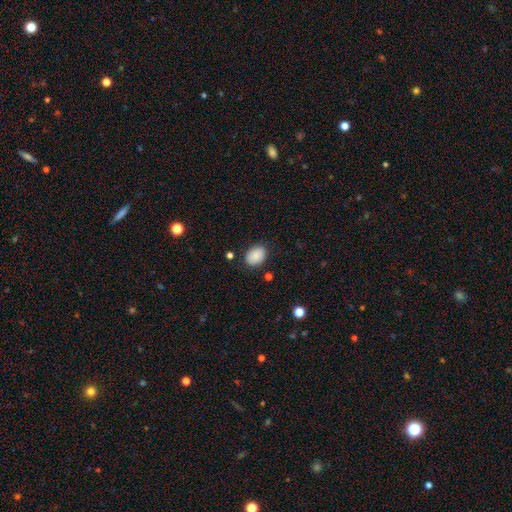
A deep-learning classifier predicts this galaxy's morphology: Overall: smooth (88%). How rounded: in between (70%). Merging: none (83%).